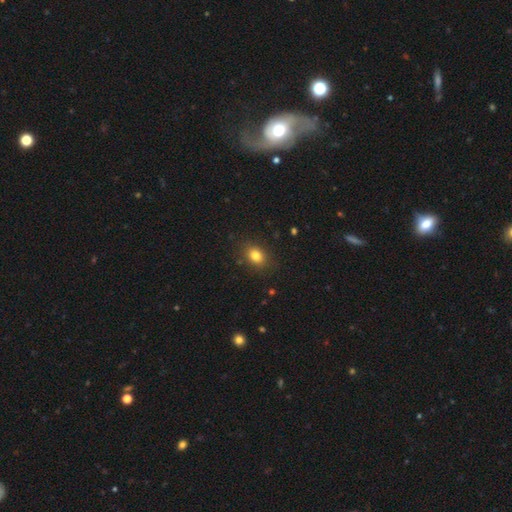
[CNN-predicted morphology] Q: Smooth or featured?
A: smooth (81%); runner-up: star or artifact (12%)
Q: How rounded?
A: in between (61%); runner-up: round (38%)
Q: Merging?
A: none (85%); runner-up: minor disturbance (10%)